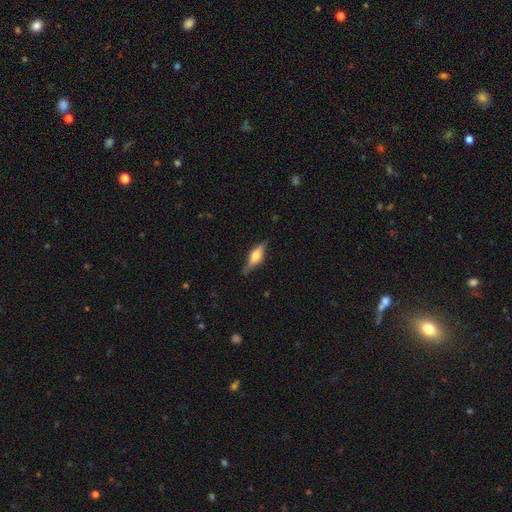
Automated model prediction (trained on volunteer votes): A featured or disk galaxy (54%) viewed edge-on (92%). Merging: none (79%).